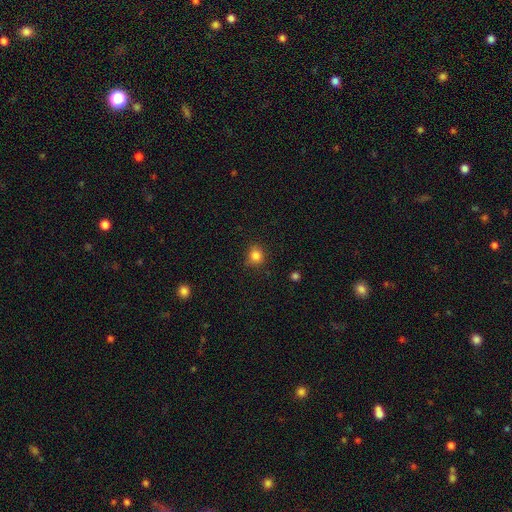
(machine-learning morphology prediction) smooth-or-featured: smooth: 83% | star or artifact: 12% | featured or disk: 5%
  how-rounded: round: 80% | in between: 19% | cigar-shaped: 1%
  merging: none: 80% | minor disturbance: 15% | major disturbance: 3% | merger: 2%